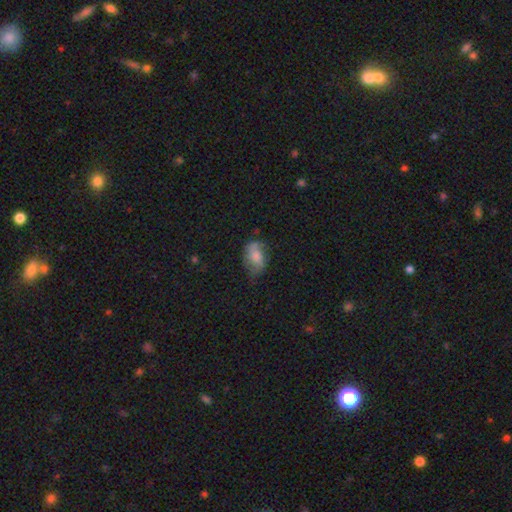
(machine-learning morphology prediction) Overall: smooth (59%; featured or disk 32%). How rounded: in between (86%). Merging: none (47%; minor disturbance 33%).